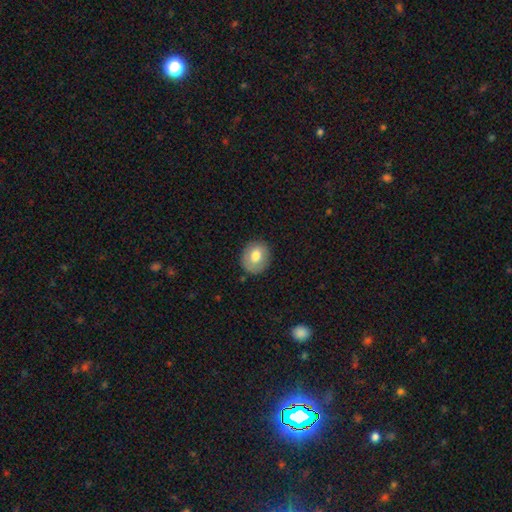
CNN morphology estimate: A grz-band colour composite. It shows a smooth galaxy with no disk features (73%) that is round (63%). Merging: none (83%).